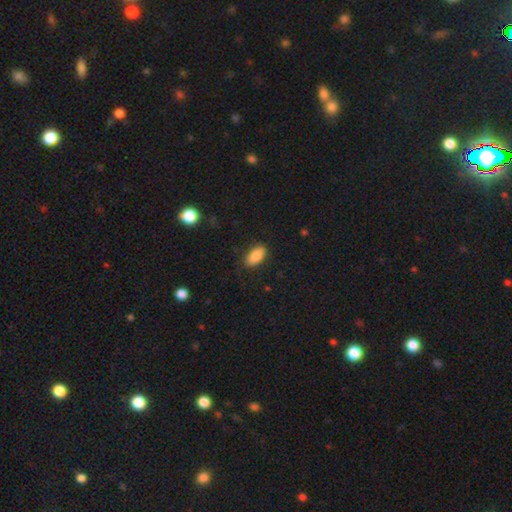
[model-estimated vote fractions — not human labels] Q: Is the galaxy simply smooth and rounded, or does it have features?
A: smooth — 87%.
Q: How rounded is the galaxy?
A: in between — 91%.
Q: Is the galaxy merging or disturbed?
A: none — 84%.